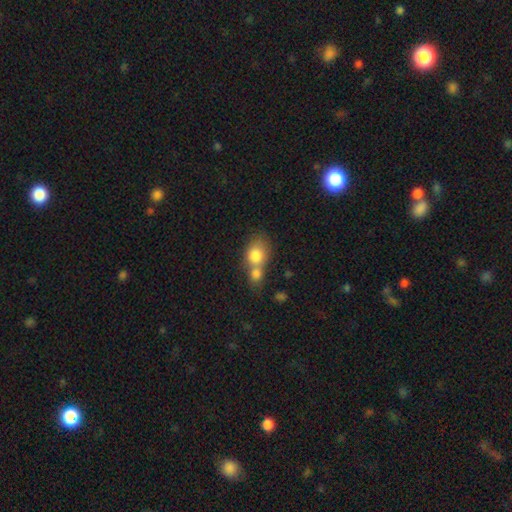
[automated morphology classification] Overall: smooth (79%). How rounded: round (51%; in between 48%). Merging: merger (64%; none 24%).